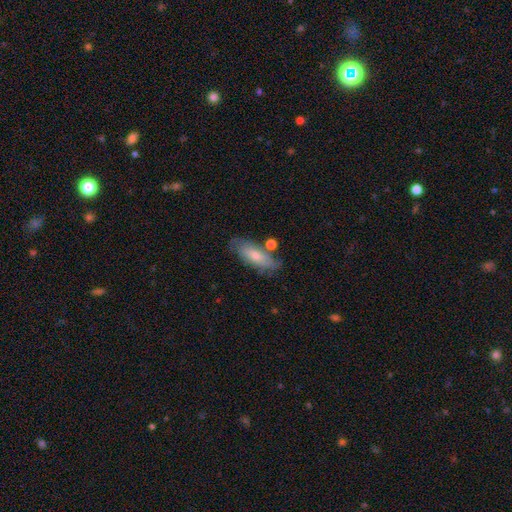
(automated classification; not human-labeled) smooth_or_featured: smooth (p=0.63) [alt: featured or disk p=0.30]
how_rounded: in between (p=0.68) [alt: cigar-shaped p=0.30]
merging: none (p=0.64) [alt: minor disturbance p=0.21]